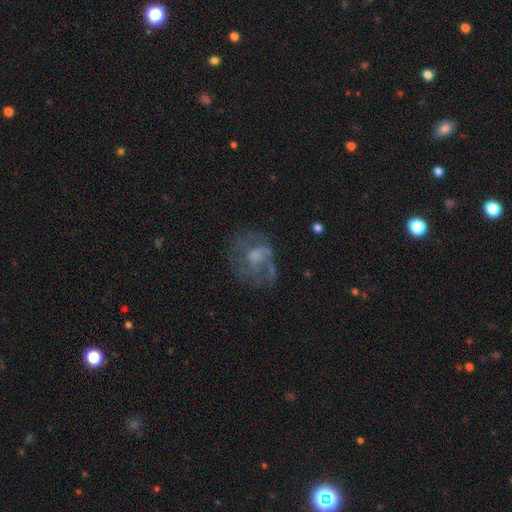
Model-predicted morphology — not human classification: type=featured or disk (58%); edge-on=no (97%); bar=no (73%); spiral arms=no (53%); bulge=moderate (46%); merging=none (53%).